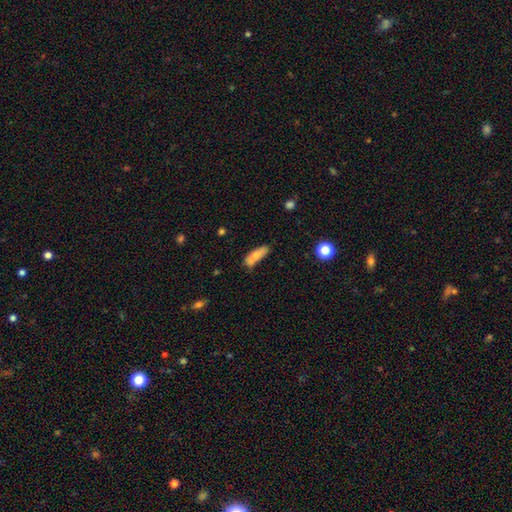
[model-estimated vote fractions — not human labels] Morphology: type=smooth (71%); roundness=in between (52%); merging=none (49%).